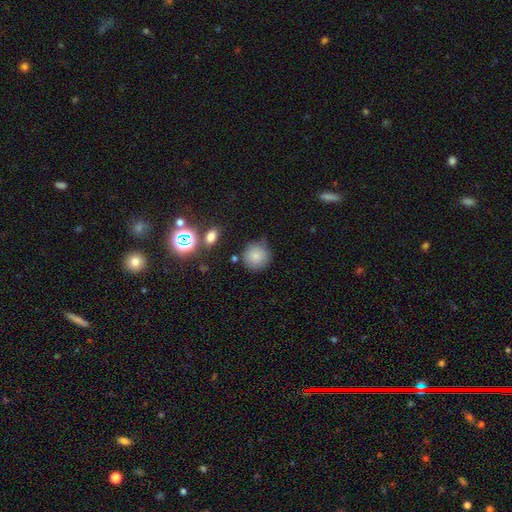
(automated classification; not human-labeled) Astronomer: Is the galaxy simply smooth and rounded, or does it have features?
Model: smooth — 81%.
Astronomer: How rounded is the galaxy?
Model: round — 93%.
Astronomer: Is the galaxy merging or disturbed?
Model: none — 78%.